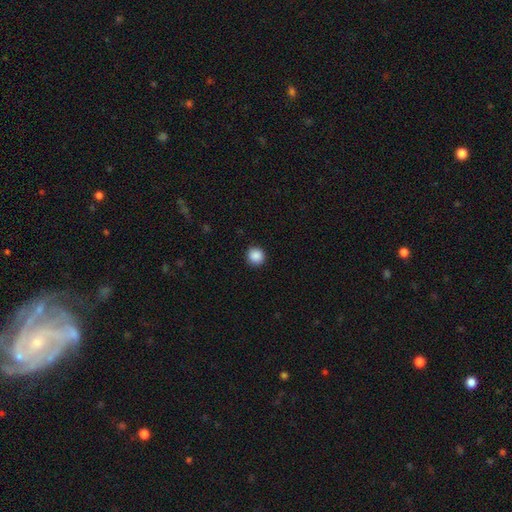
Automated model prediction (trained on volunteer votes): smooth 89%, star or artifact 9%, featured or disk 3%. Down the decision tree: how rounded — round (92%); merging — none (91%).